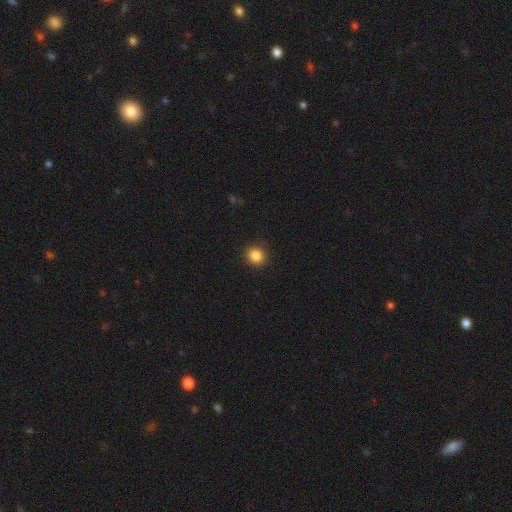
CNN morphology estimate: Smooth or featured?
  - smooth: 85% *
  - star or artifact: 11%
  - featured or disk: 4%
How rounded?
  - round: 87% *
  - in between: 12%
  - cigar-shaped: 1%
Merging?
  - none: 90% *
  - minor disturbance: 7%
  - major disturbance: 2%
  - merger: 1%